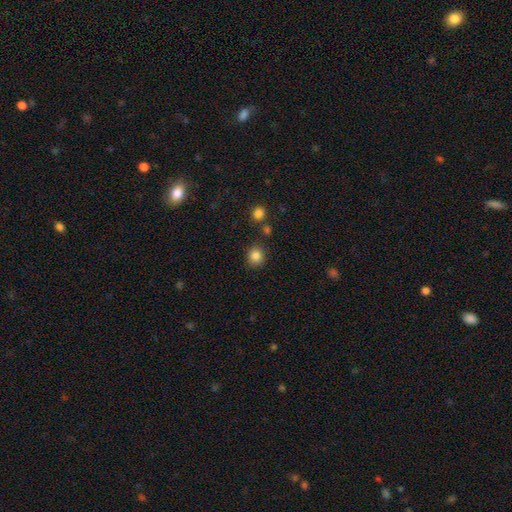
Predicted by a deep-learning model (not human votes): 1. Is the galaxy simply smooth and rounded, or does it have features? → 84% smooth, 11% star or artifact, 5% featured or disk.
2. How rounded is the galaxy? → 84% round, 15% in between, 1% cigar-shaped.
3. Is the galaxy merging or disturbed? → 85% none, 9% minor disturbance, 4% merger, 3% major disturbance.